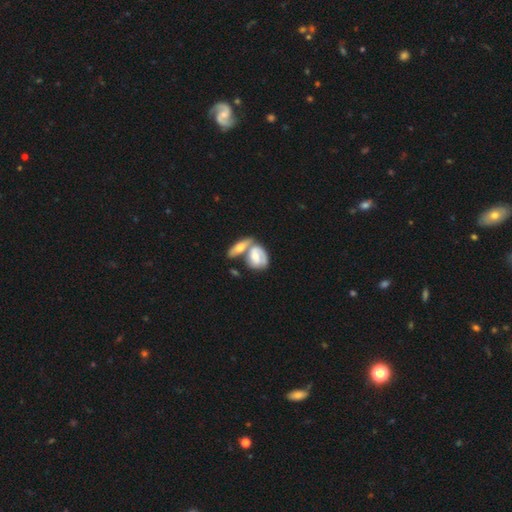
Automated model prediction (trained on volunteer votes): featured or disk 57%, smooth 37%, star or artifact 6%. Down the decision tree: edge-on disk — no (90%); bar — no (57%); spiral arms — yes (72%); bulge size — moderate (51%); merging — merger (55%).